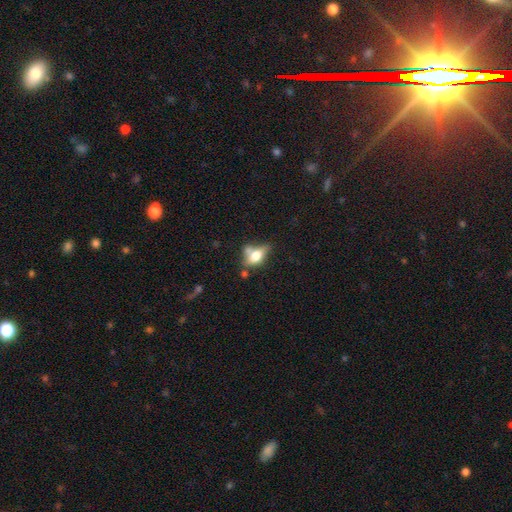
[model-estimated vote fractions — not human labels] Morphology: type=smooth (60%); roundness=in between (76%); merging=none (36%).